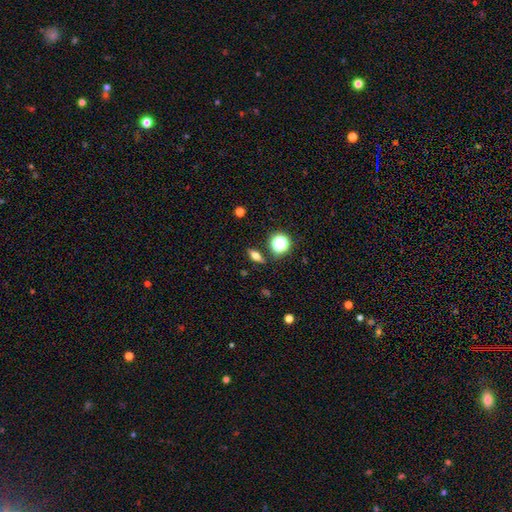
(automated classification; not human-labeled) Overall: smooth (59%; featured or disk 26%). How rounded: in between (63%). Merging: none (86%).